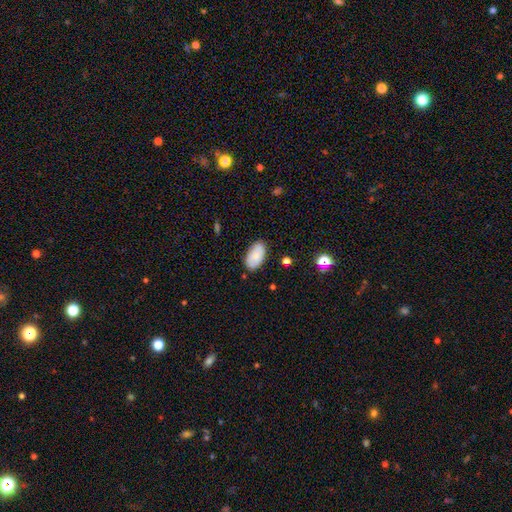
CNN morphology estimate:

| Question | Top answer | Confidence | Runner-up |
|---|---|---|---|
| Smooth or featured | smooth | 79% | featured or disk (14%) |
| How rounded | in between | 95% | round (3%) |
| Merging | none | 83% | minor disturbance (13%) |